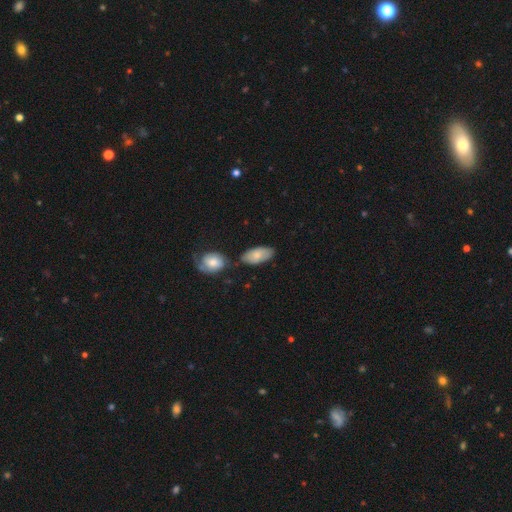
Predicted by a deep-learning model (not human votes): Q: Smooth or featured?
A: smooth (75%); runner-up: featured or disk (19%)
Q: How rounded?
A: in between (92%); runner-up: cigar-shaped (4%)
Q: Merging?
A: none (59%); runner-up: minor disturbance (18%)